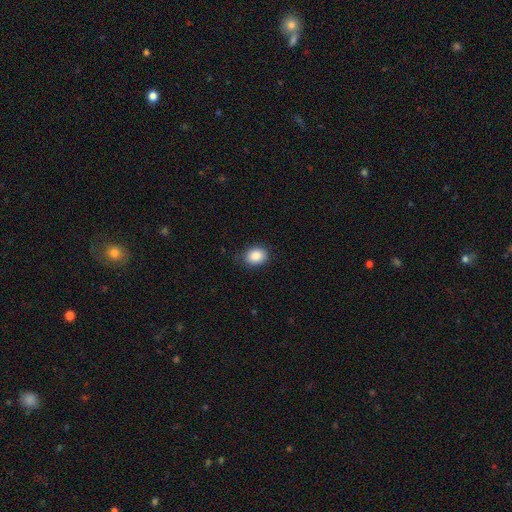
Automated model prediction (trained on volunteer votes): smooth-or-featured: smooth: 87% | star or artifact: 9% | featured or disk: 5%
  how-rounded: round: 51% | in between: 48% | cigar-shaped: 1%
  merging: none: 82% | minor disturbance: 14% | major disturbance: 3% | merger: 1%